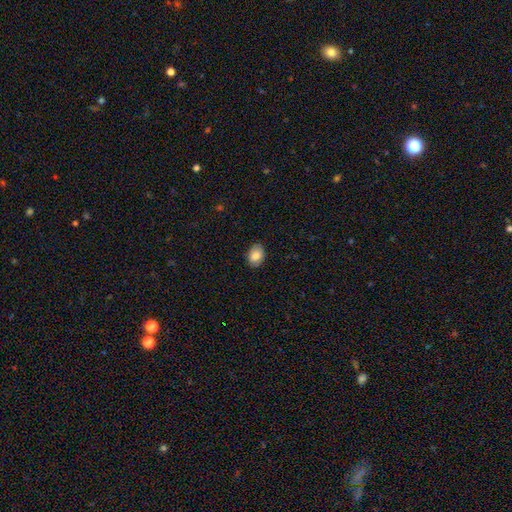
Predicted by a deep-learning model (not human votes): This is clearly a smooth galaxy (84%). How rounded: likely in between (79%). Merging: clearly none (83%).